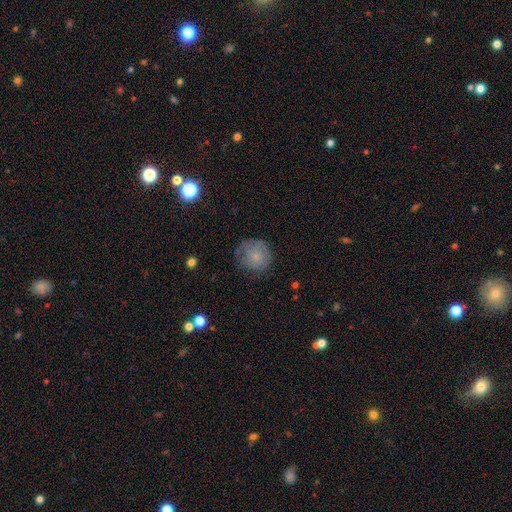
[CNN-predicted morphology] The model was most divided on "merging": none: 63%, minor disturbance: 25%, major disturbance: 10%, merger: 1%. More confident: how rounded — round (89%); smooth or featured — smooth (72%).